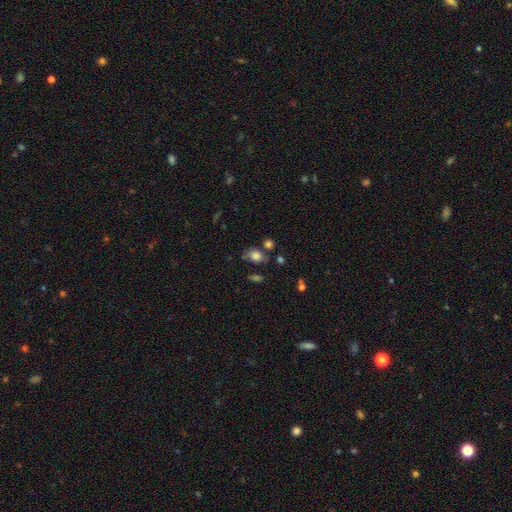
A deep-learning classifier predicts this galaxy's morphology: Smooth or featured: smooth — 78% (star or artifact — 12%)
How rounded: in between — 69% (round — 29%)
Merging: none — 56% (minor disturbance — 23%)